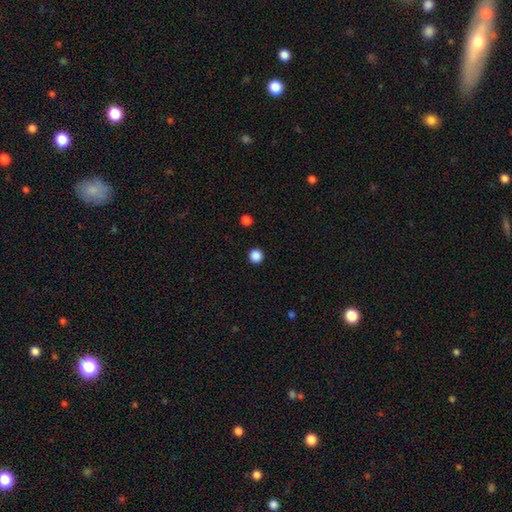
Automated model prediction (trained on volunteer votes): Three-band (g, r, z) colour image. It shows a smooth galaxy with no disk features (87%) that is round (96%). Merging: none (93%).